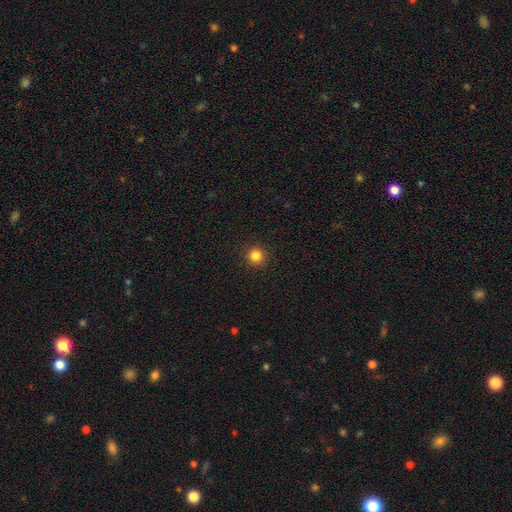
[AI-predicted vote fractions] Smooth or featured? Predicted: smooth (p=0.84). How rounded? Predicted: round (p=0.94). Merging? Predicted: none (p=0.92).